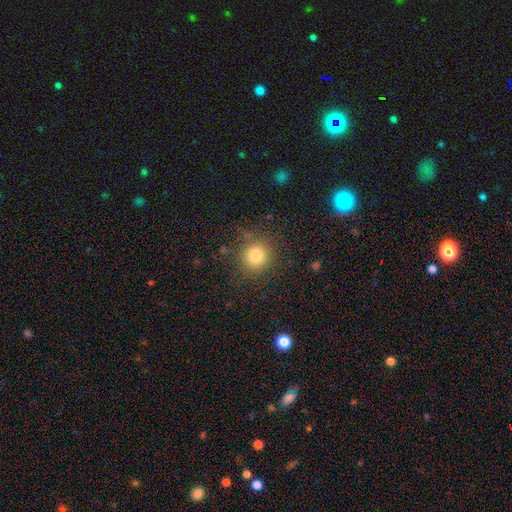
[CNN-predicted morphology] Smooth or featured?
  - smooth: 81% *
  - star or artifact: 13%
  - featured or disk: 6%
How rounded?
  - round: 89% *
  - in between: 10%
  - cigar-shaped: 1%
Merging?
  - none: 85% *
  - minor disturbance: 9%
  - major disturbance: 3%
  - merger: 2%